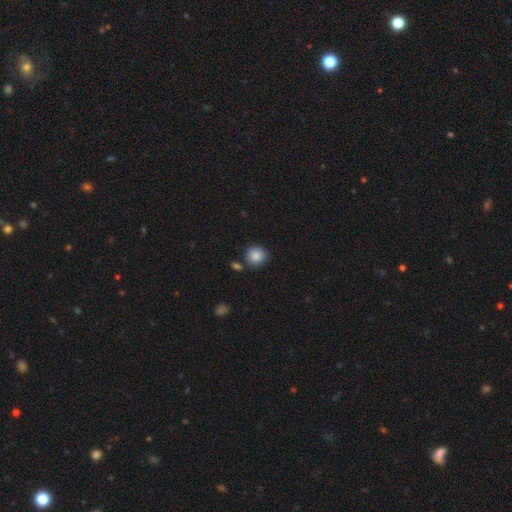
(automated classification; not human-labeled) Morphology: type=smooth (87%); roundness=round (92%); merging=none (81%).